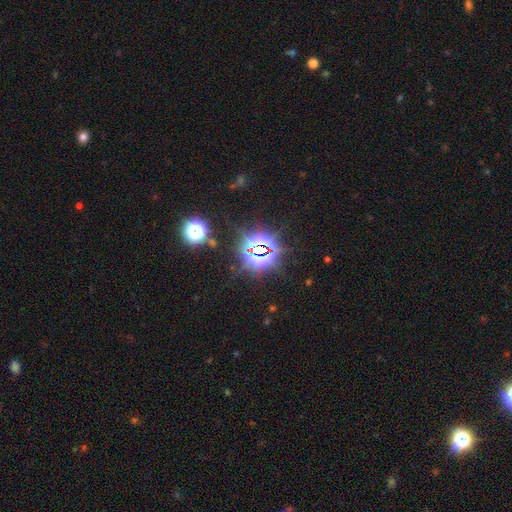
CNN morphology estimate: Smooth or featured? star or artifact (81%)